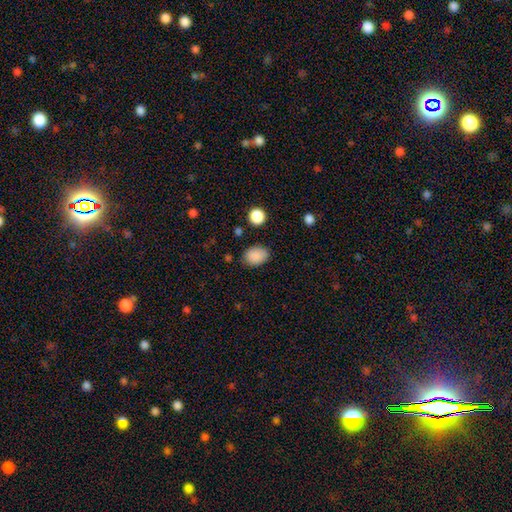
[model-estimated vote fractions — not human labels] smooth 88%, star or artifact 9%, featured or disk 3%. Down the decision tree: how rounded — in between (70%); merging — none (81%).